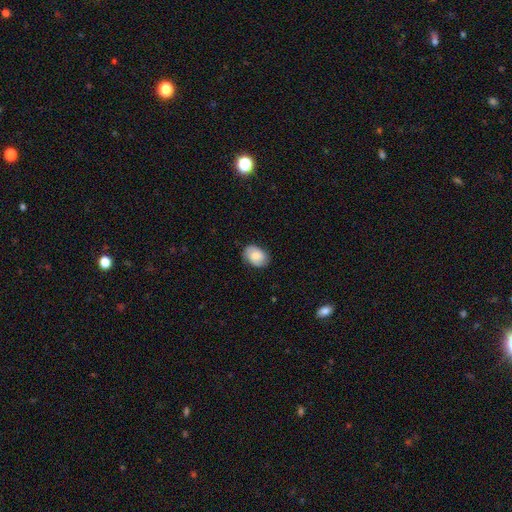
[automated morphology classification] smooth_or_featured: smooth (p=0.61) [alt: featured or disk p=0.31]
how_rounded: in between (p=0.77) [alt: round p=0.22]
merging: none (p=0.81) [alt: minor disturbance p=0.15]